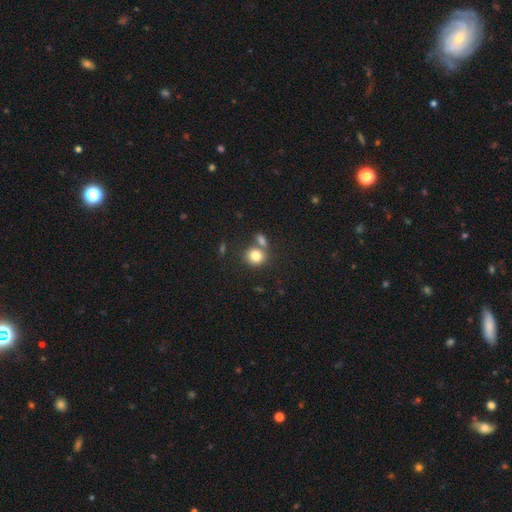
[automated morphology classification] Overall: smooth (81%). How rounded: round (78%). Merging: none (60%; merger 27%).